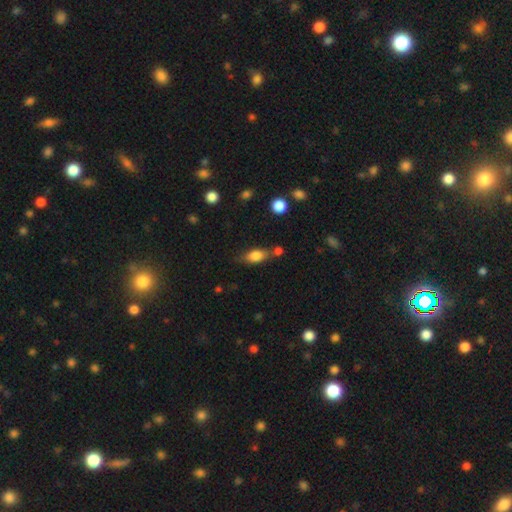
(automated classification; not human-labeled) Smooth or featured? Predicted: smooth (p=0.78). How rounded? Predicted: in between (p=0.82). Merging? Predicted: none (p=0.59).